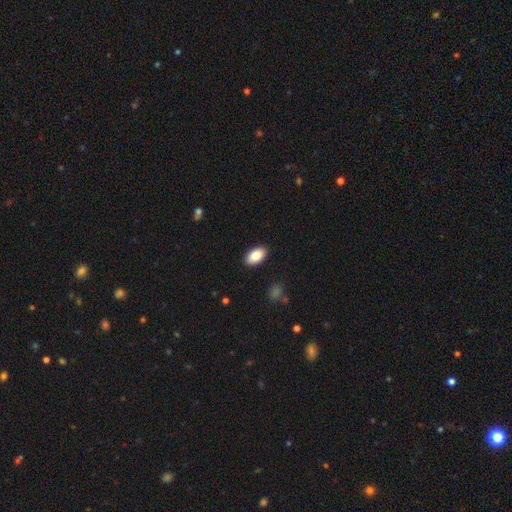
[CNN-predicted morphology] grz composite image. It shows a smooth galaxy with no disk features (87%) that is in between round and cigar-shaped (94%). Merging: none (90%).